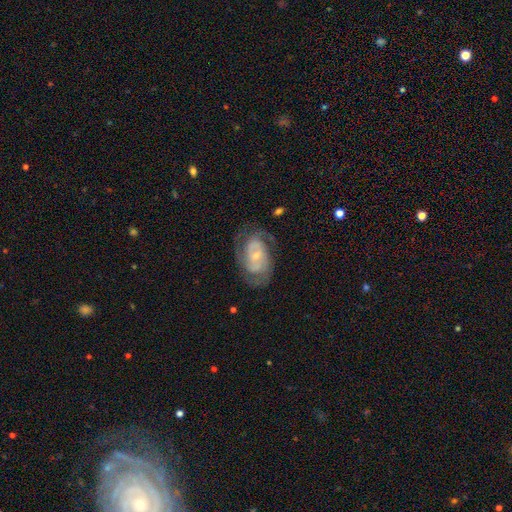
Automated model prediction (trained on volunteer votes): Morphology: type=featured or disk (81%); edge-on=no (97%); bar=no (56%); spiral arms=yes (90%); winding=tight (50%); arm count=2 (54%); bulge=small (64%); merging=none (66%).